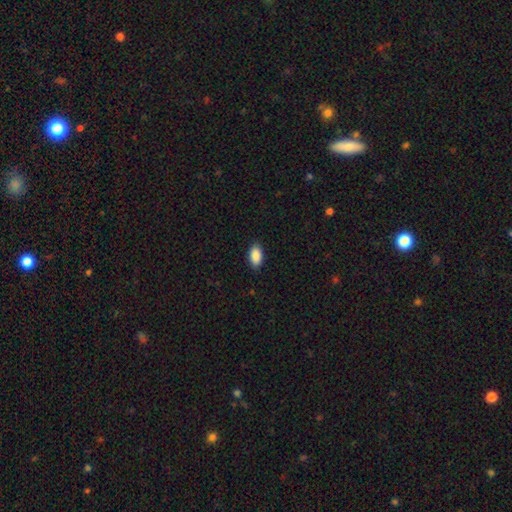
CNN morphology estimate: The model was most divided on "merging": none: 88%, minor disturbance: 9%, major disturbance: 2%, merger: 1%. More confident: how rounded — in between (94%); smooth or featured — smooth (90%).